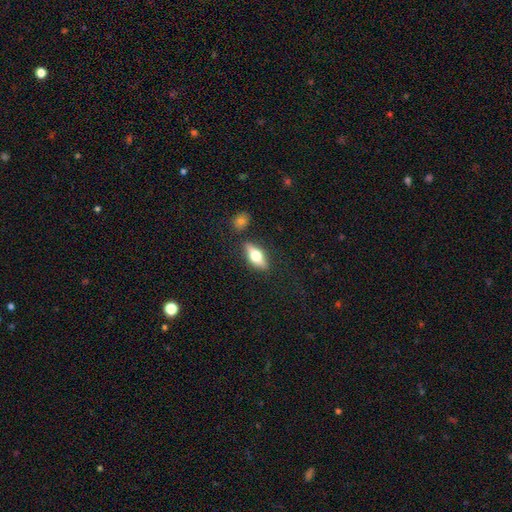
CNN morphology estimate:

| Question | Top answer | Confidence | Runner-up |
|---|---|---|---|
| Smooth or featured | smooth | 52% | featured or disk (41%) |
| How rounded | in between | 68% | cigar-shaped (27%) |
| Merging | none | 83% | minor disturbance (10%) |